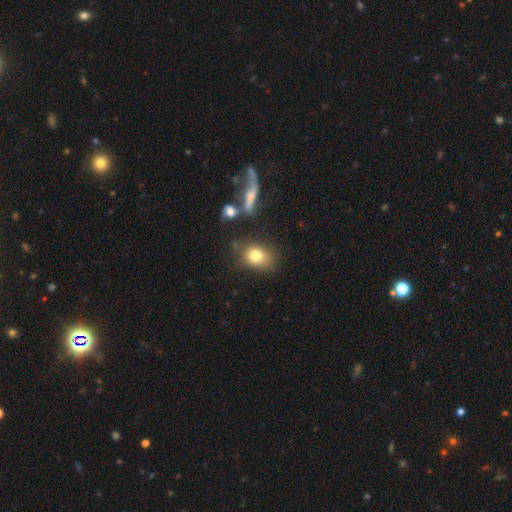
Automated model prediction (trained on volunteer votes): The model was most divided on "how rounded": in between: 58%, round: 40%, cigar-shaped: 2%. More confident: smooth or featured — smooth (79%); merging — none (68%).